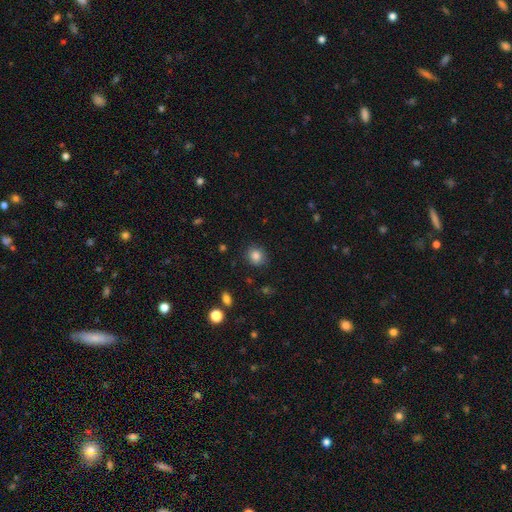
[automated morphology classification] Smooth or featured: smooth — 85% (star or artifact — 10%)
How rounded: round — 76% (in between — 23%)
Merging: none — 85% (minor disturbance — 11%)